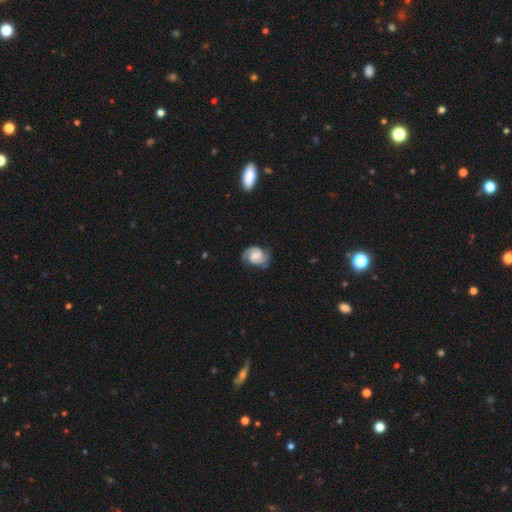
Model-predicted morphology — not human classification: featured or disk 82%, smooth 13%, star or artifact 5%. Down the decision tree: edge-on disk — no (98%); bar — no (47%); spiral arms — yes (97%); spiral arm count — 2 (87%); spiral winding — medium (45%); bulge size — moderate (40%); merging — none (72%).